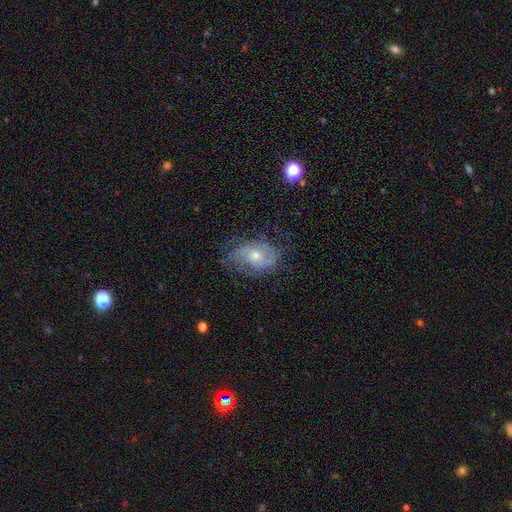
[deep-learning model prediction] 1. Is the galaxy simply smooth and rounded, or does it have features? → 72% featured or disk, 20% smooth, 8% star or artifact.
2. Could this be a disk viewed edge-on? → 96% no, 4% yes.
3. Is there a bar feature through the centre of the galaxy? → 74% no, 22% weak, 3% strong.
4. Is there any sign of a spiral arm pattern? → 88% yes, 12% no.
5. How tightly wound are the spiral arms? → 43% tight, 41% medium, 17% loose.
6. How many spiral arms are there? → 46% 2, 31% can't tell, 11% 3, 5% 1, 3% 4, 3% more than 4.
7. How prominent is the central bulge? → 48% small, 47% moderate, 3% large, 2% none, 1% dominant.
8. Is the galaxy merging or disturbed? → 60% none, 24% minor disturbance, 14% major disturbance, 1% merger.